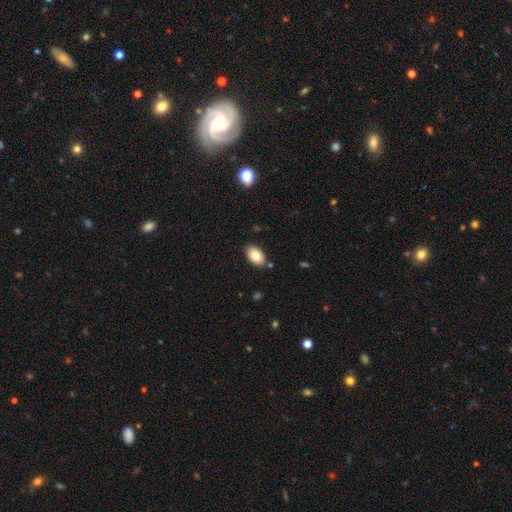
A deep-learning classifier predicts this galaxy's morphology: smooth-or-featured: smooth: 84% | featured or disk: 9% | star or artifact: 7%
  how-rounded: in between: 92% | round: 7% | cigar-shaped: 1%
  merging: none: 84% | minor disturbance: 11% | merger: 3% | major disturbance: 2%